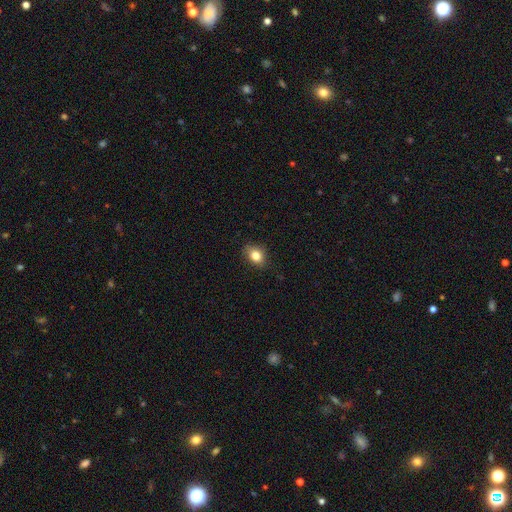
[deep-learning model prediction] Smooth or featured? Predicted: smooth (p=0.82). How rounded? Predicted: in between (p=0.65). Merging? Predicted: none (p=0.82).